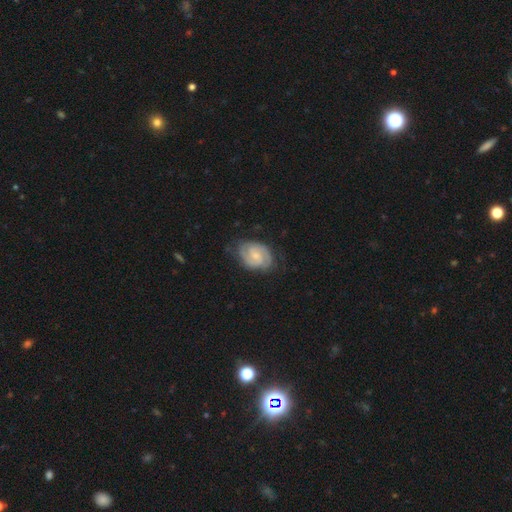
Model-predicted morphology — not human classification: This appears to be a featured or disk galaxy (80%) with no bar (48%), 2 (77%) tight (55%) spiral arms (96%) and a small central bulge (57%). Merging: none (73%).